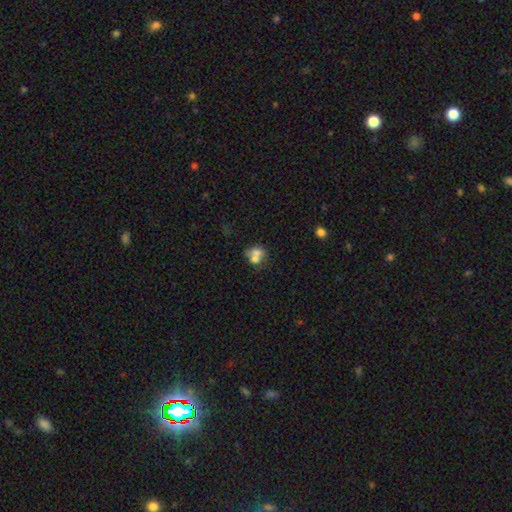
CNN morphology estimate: Smooth or featured?
  - smooth: 65% *
  - featured or disk: 23%
  - star or artifact: 11%
How rounded?
  - round: 60% *
  - in between: 39%
  - cigar-shaped: 1%
Merging?
  - merger: 59% *
  - none: 27%
  - minor disturbance: 9%
  - major disturbance: 5%